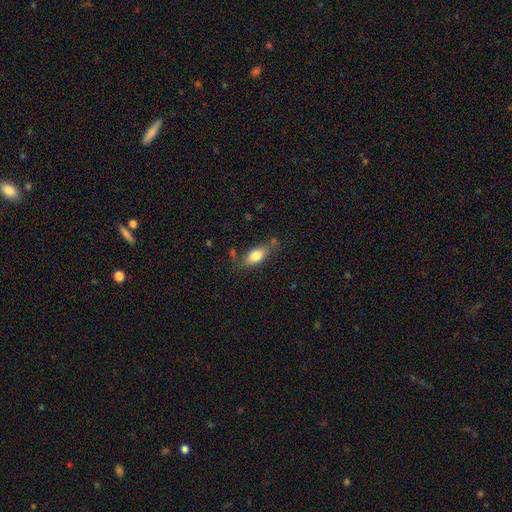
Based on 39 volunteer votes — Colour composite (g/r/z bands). It shows a smooth galaxy with no disk features (69%) that is in between round and cigar-shaped (89%). Merging: none (69%).